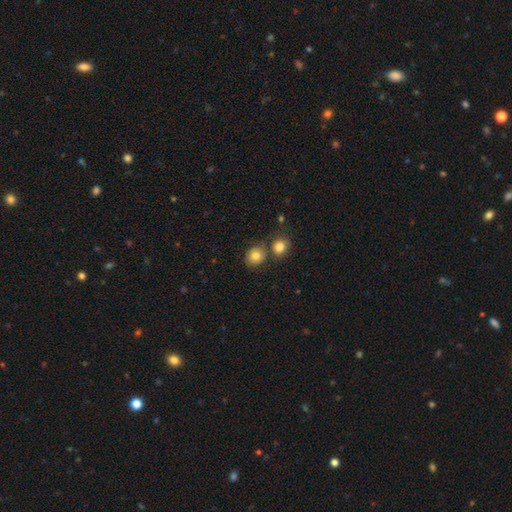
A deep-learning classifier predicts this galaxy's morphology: smooth-or-featured: smooth: 82% | star or artifact: 10% | featured or disk: 8%
  how-rounded: round: 74% | in between: 25% | cigar-shaped: 1%
  merging: none: 62% | merger: 23% | minor disturbance: 12% | major disturbance: 4%